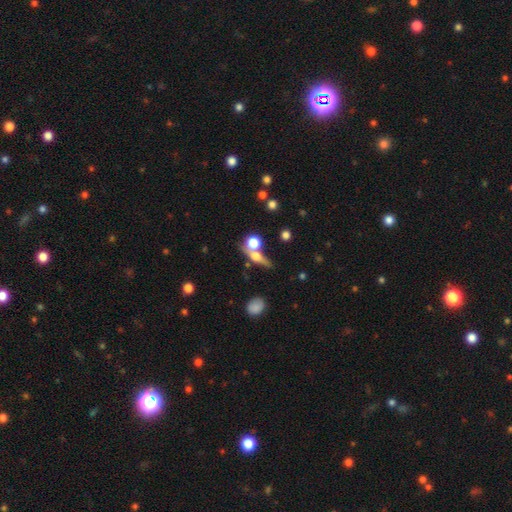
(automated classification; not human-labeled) Smooth or featured? Predicted: smooth (p=0.56). How rounded? Predicted: round (p=0.41). Merging? Predicted: none (p=0.45).